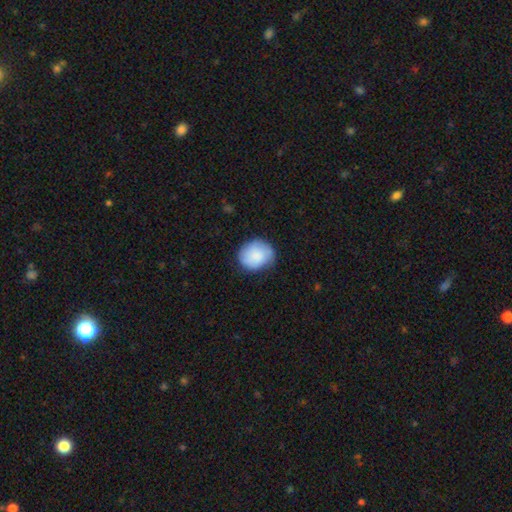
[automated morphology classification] A smooth galaxy with no disk features (81%) that is round (68%).

Vote fractions:
- Smooth or featured? smooth: 81% / featured or disk: 13% / star or artifact: 6%
- How rounded? round: 68% / in between: 31% / cigar-shaped: 1%
- Merging? none: 67% / minor disturbance: 26% / major disturbance: 6% / merger: 1%